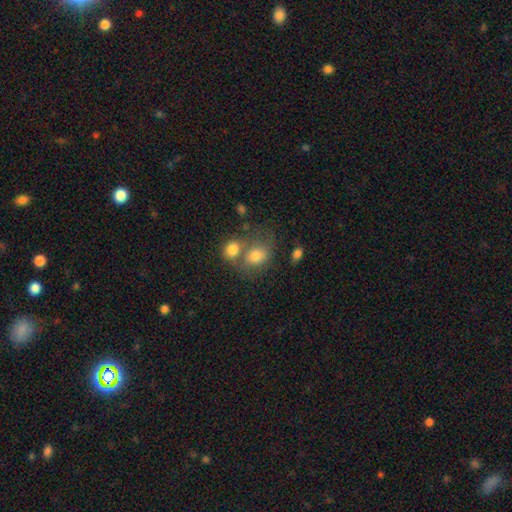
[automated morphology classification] Smooth or featured?
  - smooth: 76% *
  - featured or disk: 14%
  - star or artifact: 10%
How rounded?
  - in between: 53% *
  - round: 45%
  - cigar-shaped: 1%
Merging?
  - merger: 50% *
  - none: 30%
  - minor disturbance: 12%
  - major disturbance: 8%